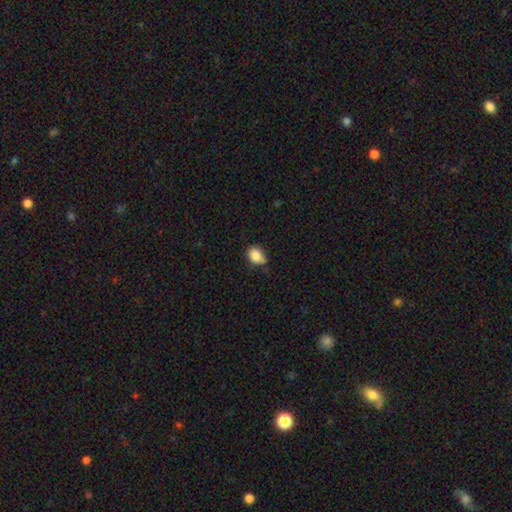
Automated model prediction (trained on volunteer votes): This appears to be a smooth galaxy with no disk features (85%) that is in between round and cigar-shaped (51%). Merging: none (54%).